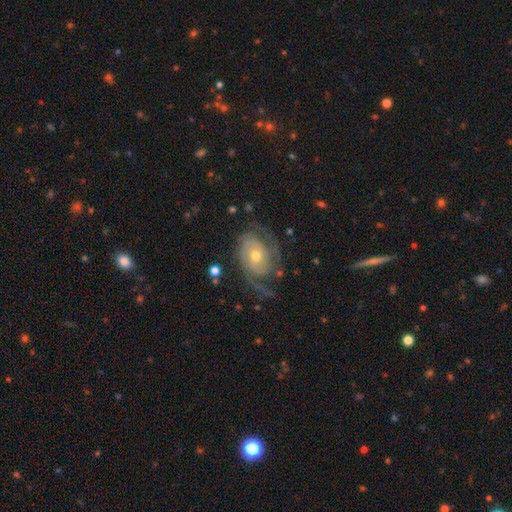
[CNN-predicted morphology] smooth-or-featured: featured or disk: 86% | smooth: 8% | star or artifact: 5%
  disk-edge-on: no: 97% | yes: 3%
    bar: no: 74% | weak: 21% | strong: 5%
    has-spiral-arms: yes: 95% | no: 5%
      spiral-winding: tight: 50% | medium: 36% | loose: 14%
      spiral-arm-count: 2: 56% | can't tell: 16% | 3: 15% | 1: 6% | 4: 4% | more than 4: 4%
    bulge-size: moderate: 56% | small: 39% | large: 3% | none: 1% | dominant: 1%
  merging: none: 64% | minor disturbance: 19% | major disturbance: 15% | merger: 2%